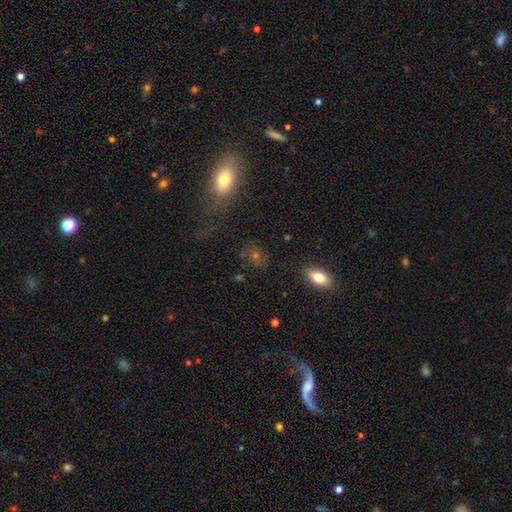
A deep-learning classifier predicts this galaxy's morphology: This is possibly a smooth galaxy (58%). How rounded: possibly in between (56%). Merging: likely none (71%).